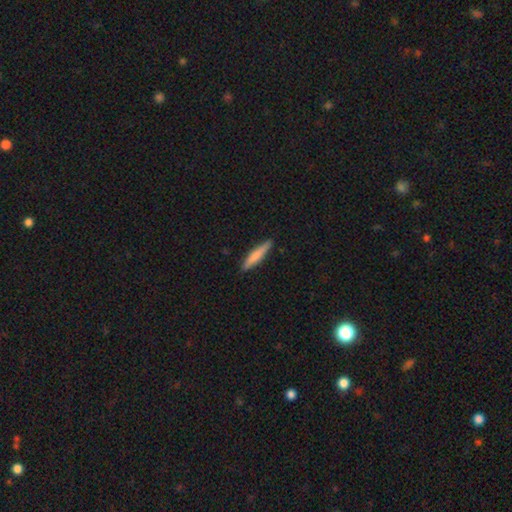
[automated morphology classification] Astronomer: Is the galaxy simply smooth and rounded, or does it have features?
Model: smooth — 72%.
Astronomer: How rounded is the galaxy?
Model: cigar-shaped — 91%.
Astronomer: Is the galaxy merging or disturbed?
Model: none — 89%.